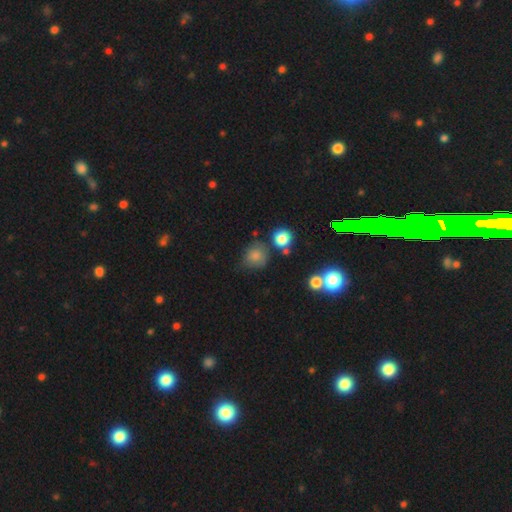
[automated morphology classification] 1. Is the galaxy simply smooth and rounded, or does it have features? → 77% smooth, 14% star or artifact, 8% featured or disk.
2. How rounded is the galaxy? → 84% round, 15% in between, 1% cigar-shaped.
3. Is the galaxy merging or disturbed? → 61% none, 24% minor disturbance, 8% major disturbance, 7% merger.